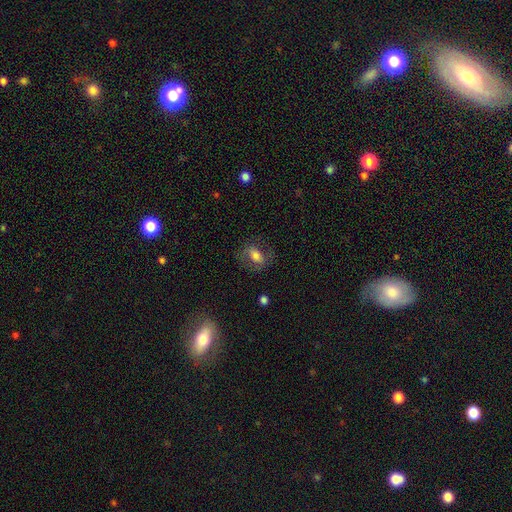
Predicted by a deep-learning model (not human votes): Smooth or featured?
  - smooth: 64% *
  - featured or disk: 26%
  - star or artifact: 9%
How rounded?
  - in between: 81% *
  - round: 16%
  - cigar-shaped: 4%
Merging?
  - none: 70% *
  - minor disturbance: 17%
  - major disturbance: 12%
  - merger: 1%